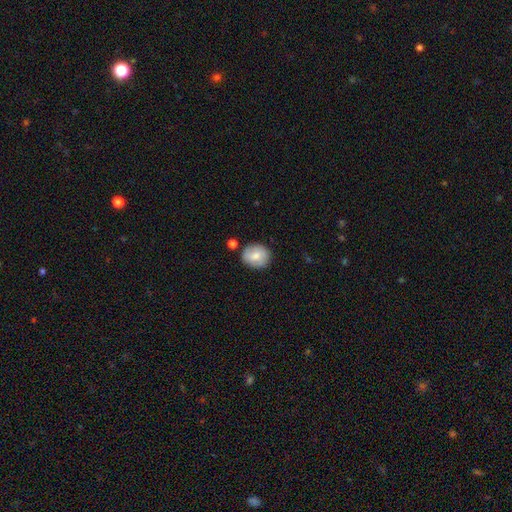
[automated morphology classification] Smooth or featured: smooth — 76% (featured or disk — 16%)
How rounded: round — 71% (in between — 28%)
Merging: none — 80% (minor disturbance — 13%)